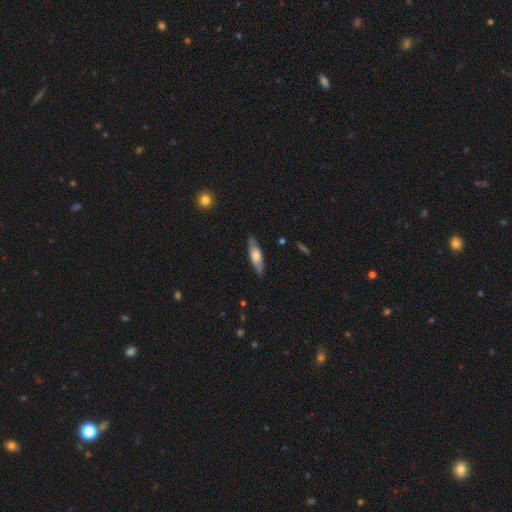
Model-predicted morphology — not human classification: This is possibly a smooth galaxy (54%). How rounded: possibly cigar-shaped (54%). Merging: clearly none (80%).